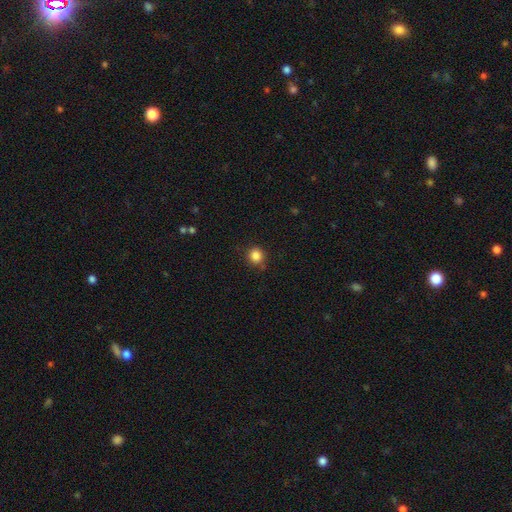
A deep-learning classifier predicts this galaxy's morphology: Smooth or featured?
  - smooth: 85% *
  - star or artifact: 11%
  - featured or disk: 4%
How rounded?
  - round: 90% *
  - in between: 9%
  - cigar-shaped: 1%
Merging?
  - none: 84% *
  - minor disturbance: 11%
  - major disturbance: 3%
  - merger: 2%